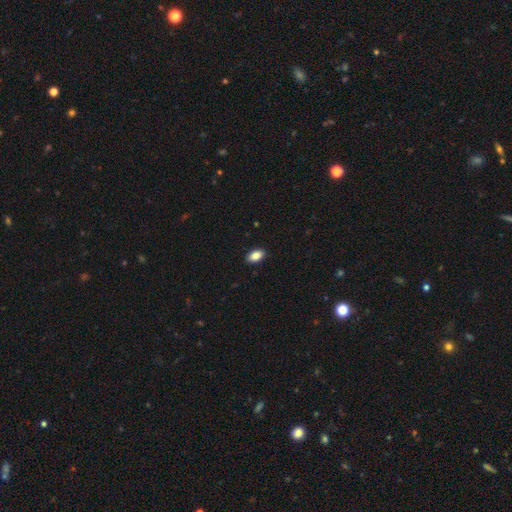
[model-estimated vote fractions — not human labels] smooth_or_featured: smooth (p=0.87) [alt: star or artifact p=0.08]
how_rounded: in between (p=0.91) [alt: round p=0.07]
merging: none (p=0.89) [alt: minor disturbance p=0.08]